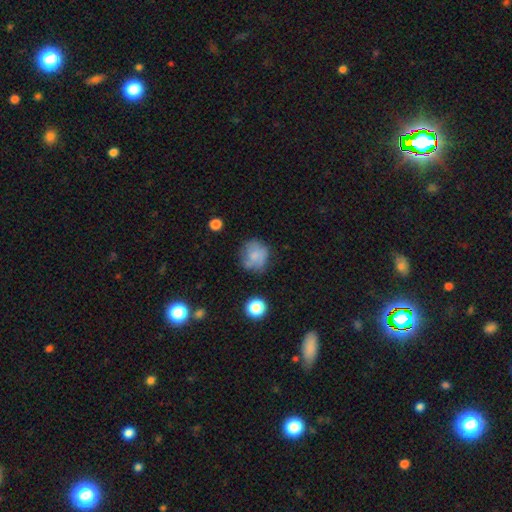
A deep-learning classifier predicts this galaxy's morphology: This is likely a smooth galaxy (63%). How rounded: clearly round (80%). Merging: possibly none (55%).